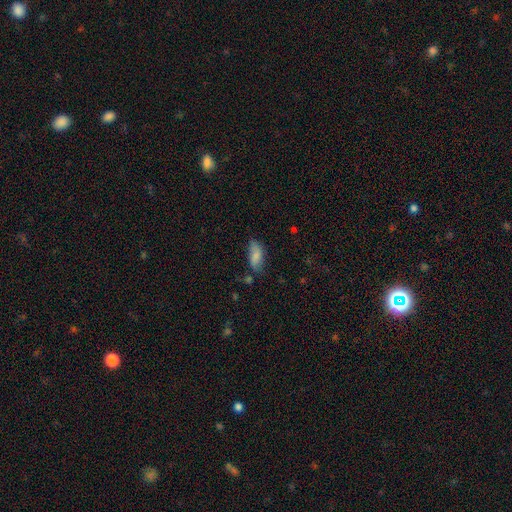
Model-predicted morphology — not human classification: A smooth galaxy with no disk features (82%) that is in between round and cigar-shaped (84%). Merging: none (63%).